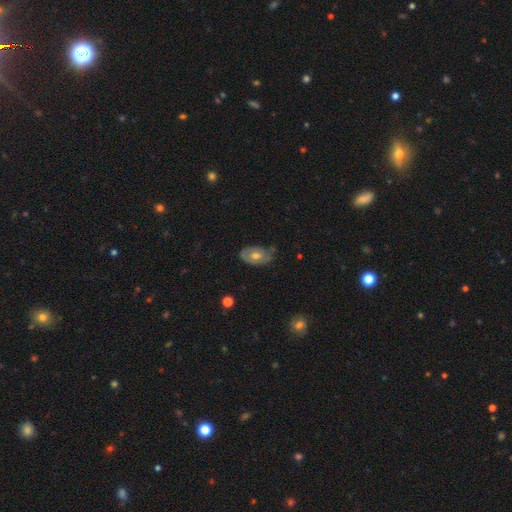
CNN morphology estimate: Q: Smooth or featured?
A: featured or disk (50%); runner-up: smooth (42%)
Q: Edge-on disk?
A: no (91%); runner-up: yes (9%)
Q: Merging?
A: none (61%); runner-up: minor disturbance (30%)